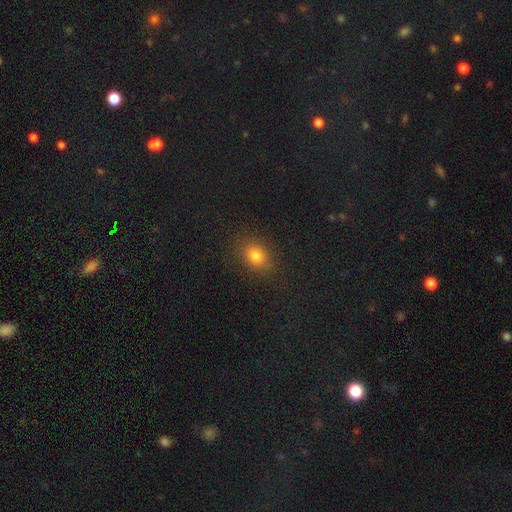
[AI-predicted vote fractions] Smooth or featured?
  - smooth: 80% *
  - star or artifact: 14%
  - featured or disk: 7%
How rounded?
  - in between: 61% *
  - round: 38%
  - cigar-shaped: 2%
Merging?
  - none: 85% *
  - minor disturbance: 10%
  - major disturbance: 3%
  - merger: 1%